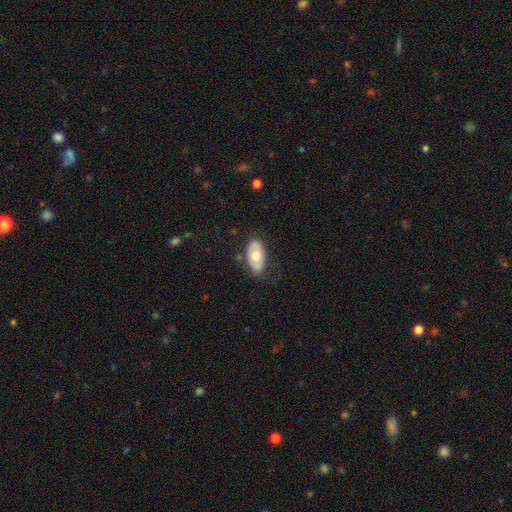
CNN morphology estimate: smooth-or-featured: smooth: 62% | featured or disk: 32% | star or artifact: 6%
  how-rounded: in between: 93% | round: 4% | cigar-shaped: 2%
  merging: none: 75% | minor disturbance: 18% | major disturbance: 5% | merger: 2%